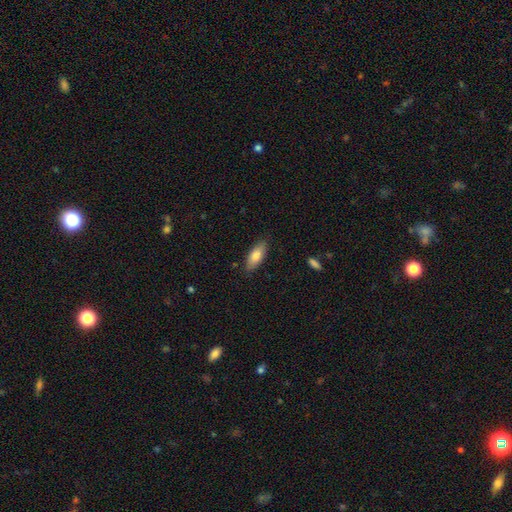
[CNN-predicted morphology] smooth-or-featured: smooth: 79% | featured or disk: 14% | star or artifact: 6%
  how-rounded: in between: 78% | cigar-shaped: 20% | round: 2%
  merging: none: 84% | minor disturbance: 13% | major disturbance: 2% | merger: 1%